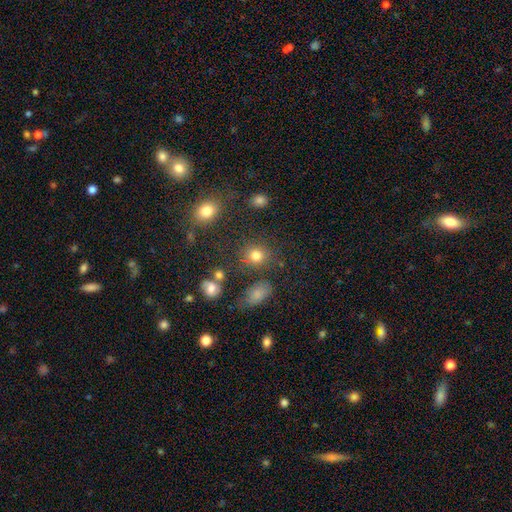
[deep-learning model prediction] A smooth galaxy with no disk features (78%) that is round (80%). Merging: none (79%).